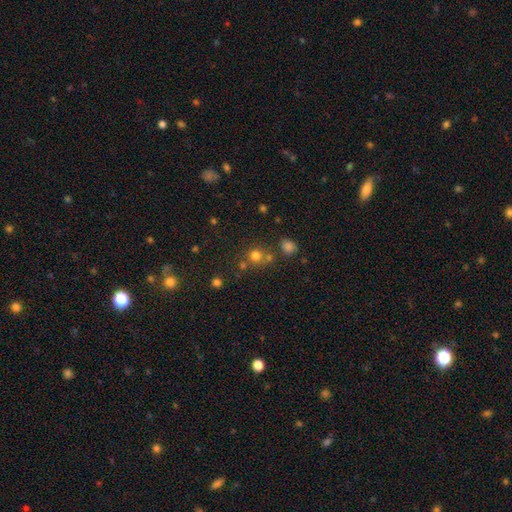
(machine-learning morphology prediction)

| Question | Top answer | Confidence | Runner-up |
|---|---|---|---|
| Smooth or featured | smooth | 74% | star or artifact (19%) |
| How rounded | round | 90% | in between (9%) |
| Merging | none | 67% | merger (20%) |